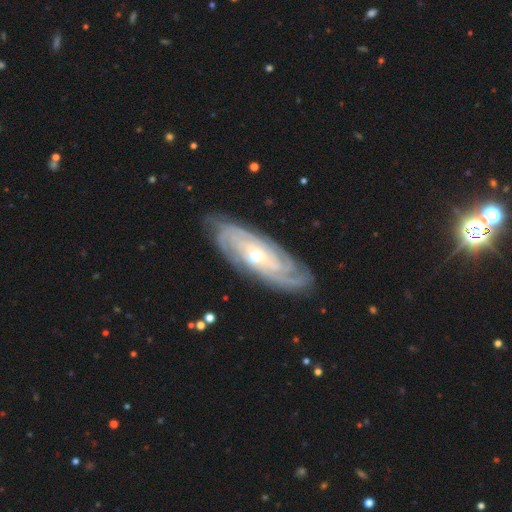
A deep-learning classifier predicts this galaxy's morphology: The model was most divided on "spiral arm count": can't tell: 31%, 4: 22%, 3: 17%, 2: 13%, more than 4: 12%, 1: 6%. More confident: spiral arms — yes (97%); edge-on disk — no (90%); smooth or featured — featured or disk (88%); merging — none (83%); spiral winding — tight (81%); bar — no (67%); bulge size — small (60%).